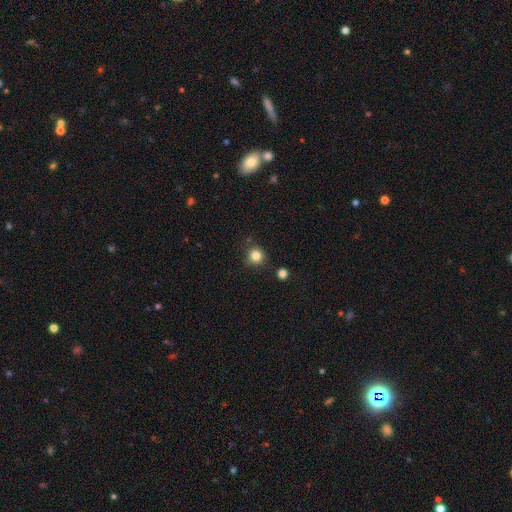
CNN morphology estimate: Smooth or featured?
  - smooth: 83% *
  - star or artifact: 12%
  - featured or disk: 5%
How rounded?
  - round: 91% *
  - in between: 8%
  - cigar-shaped: 1%
Merging?
  - none: 83% *
  - minor disturbance: 10%
  - merger: 4%
  - major disturbance: 3%